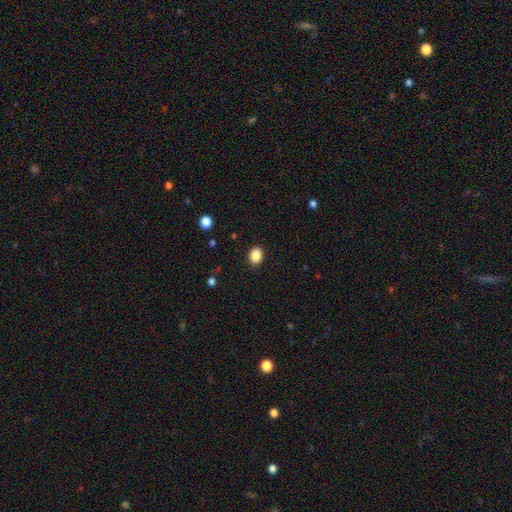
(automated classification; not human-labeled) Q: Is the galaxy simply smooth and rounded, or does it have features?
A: smooth — 87%.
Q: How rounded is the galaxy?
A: in between — 53%.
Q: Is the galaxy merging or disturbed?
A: none — 90%.